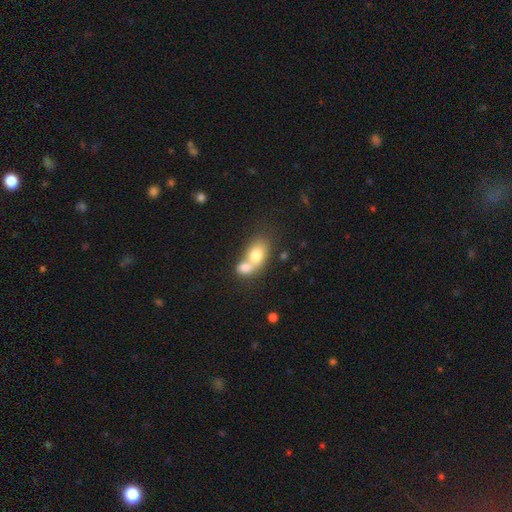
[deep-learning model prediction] smooth-or-featured: smooth: 72% | featured or disk: 19% | star or artifact: 8%
  how-rounded: in between: 72% | round: 26% | cigar-shaped: 2%
  merging: merger: 72% | none: 18% | minor disturbance: 6% | major disturbance: 4%